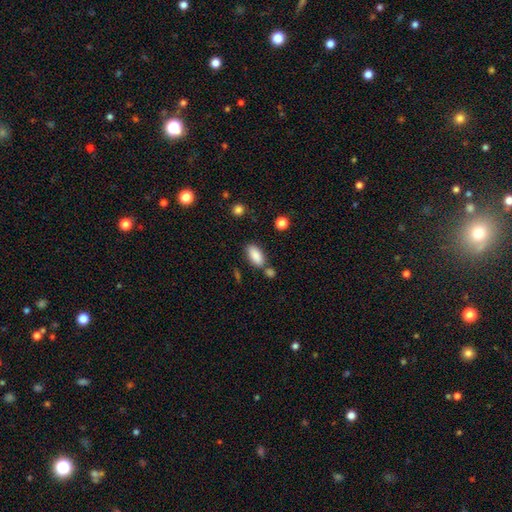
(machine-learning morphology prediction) Smooth or featured: smooth — 87% (star or artifact — 7%)
How rounded: in between — 89% (cigar-shaped — 8%)
Merging: none — 69% (merger — 14%)